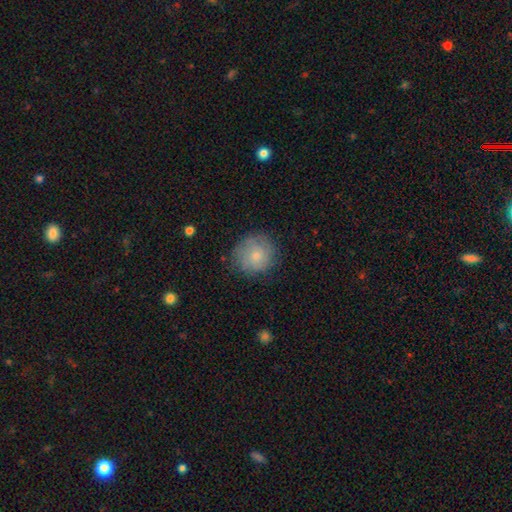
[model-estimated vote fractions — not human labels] This appears to be a smooth galaxy with no disk features (68%) that is round (91%). Merging: none (77%).